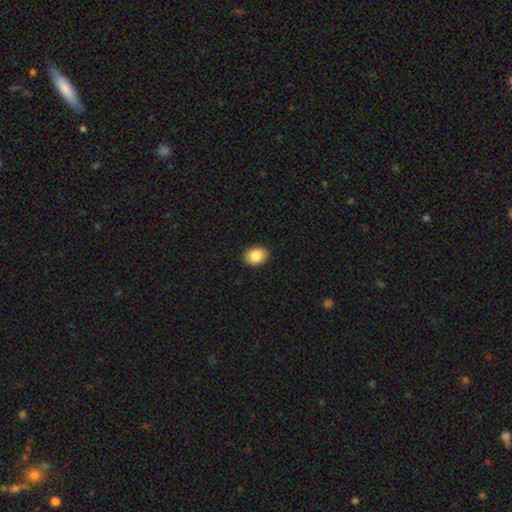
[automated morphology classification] smooth_or_featured: smooth (p=0.87) [alt: star or artifact p=0.08]
how_rounded: in between (p=0.70) [alt: round p=0.29]
merging: none (p=0.90) [alt: minor disturbance p=0.07]